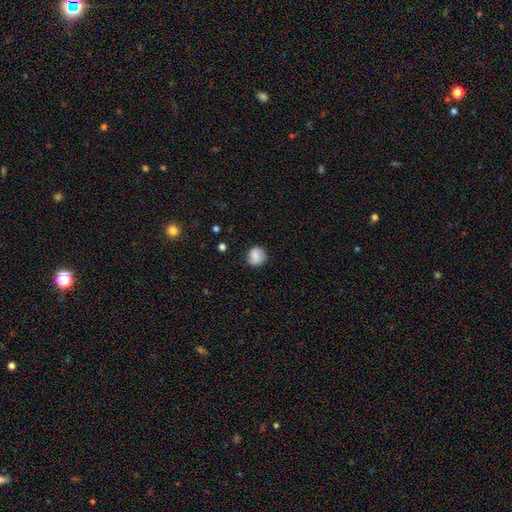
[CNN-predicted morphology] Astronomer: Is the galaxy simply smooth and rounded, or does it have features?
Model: smooth — 80%.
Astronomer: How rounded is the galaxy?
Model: round — 84%.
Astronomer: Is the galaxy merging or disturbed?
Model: none — 80%.